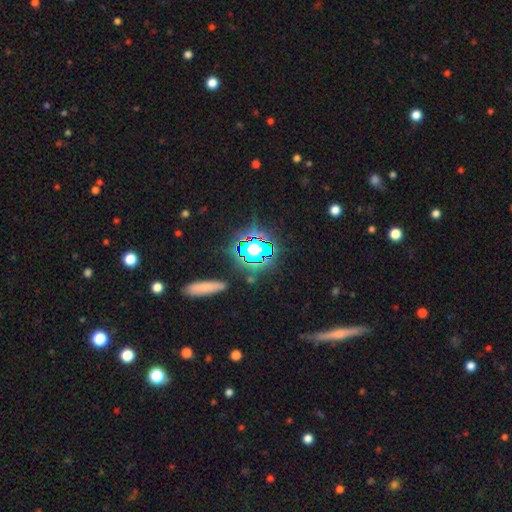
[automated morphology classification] Smooth or featured: star or artifact — 66% (smooth — 21%)